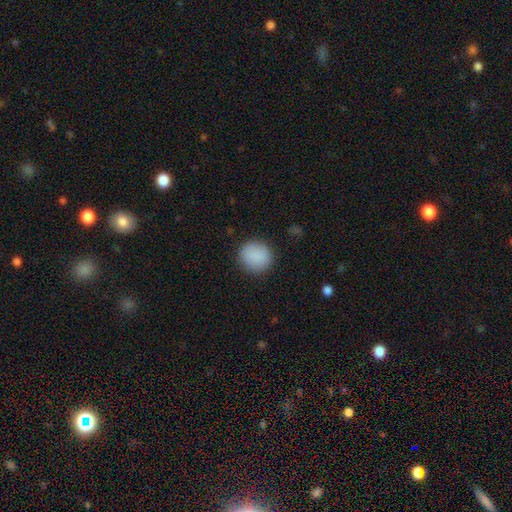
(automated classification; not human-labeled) Smooth or featured: smooth — 88% (star or artifact — 8%)
How rounded: round — 86% (in between — 13%)
Merging: none — 88% (minor disturbance — 8%)